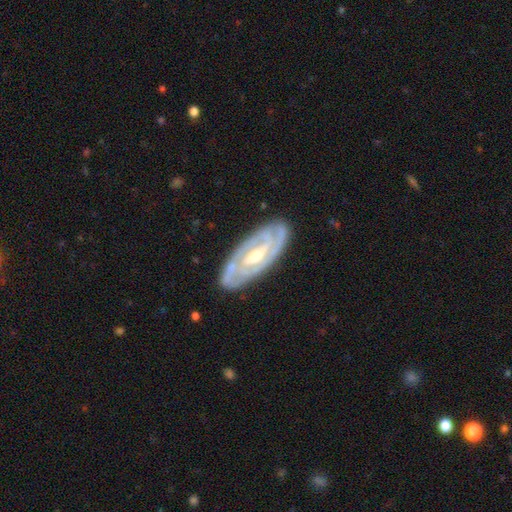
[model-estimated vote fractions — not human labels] smooth-or-featured: featured or disk: 89% | smooth: 7% | star or artifact: 4%
  disk-edge-on: no: 92% | yes: 8%
    bar: weak: 40% | strong: 30% | no: 30%
    has-spiral-arms: yes: 95% | no: 5%
      spiral-winding: tight: 71% | medium: 24% | loose: 5%
      spiral-arm-count: 2: 49% | can't tell: 19% | 3: 19% | 4: 6% | 1: 3% | more than 4: 3%
    bulge-size: moderate: 60% | small: 35% | large: 2% | none: 1% | dominant: 1%
  merging: none: 83% | minor disturbance: 13% | major disturbance: 3% | merger: 1%